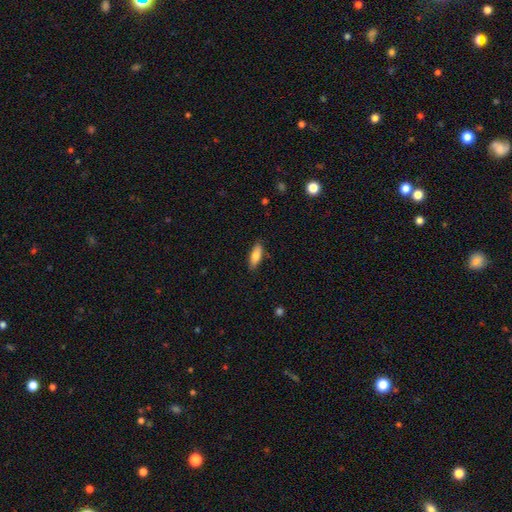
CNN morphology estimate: A smooth galaxy with no disk features (78%) that is in between round and cigar-shaped (65%).

Vote fractions:
- Smooth or featured? smooth: 78% / featured or disk: 16% / star or artifact: 6%
- How rounded? in between: 65% / cigar-shaped: 33% / round: 2%
- Merging? none: 84% / minor disturbance: 12% / major disturbance: 2% / merger: 1%